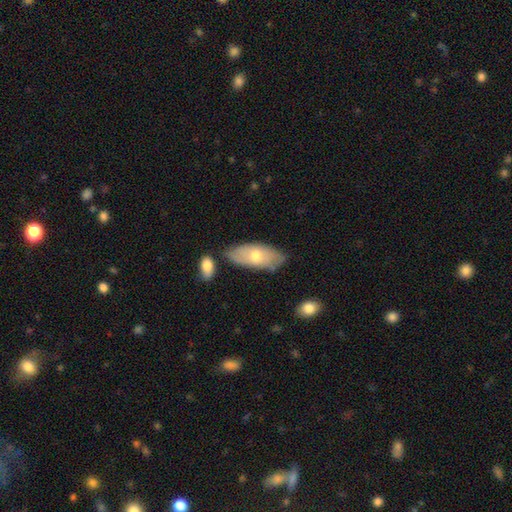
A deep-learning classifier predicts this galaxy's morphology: smooth-or-featured: smooth: 60% | featured or disk: 35% | star or artifact: 6%
  how-rounded: in between: 88% | cigar-shaped: 10% | round: 2%
  merging: none: 71% | minor disturbance: 19% | merger: 6% | major disturbance: 4%